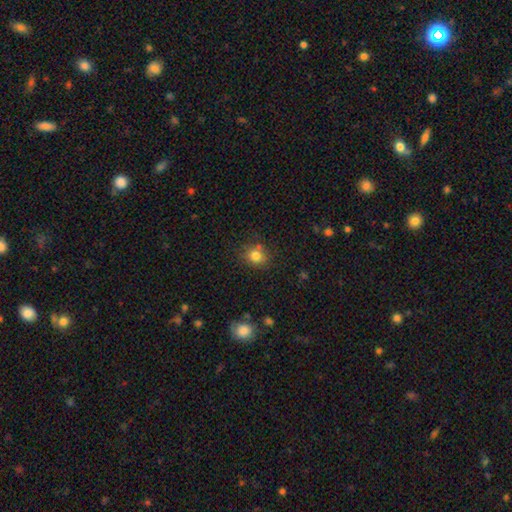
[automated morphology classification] The model was most divided on "how rounded": round: 73%, in between: 26%, cigar-shaped: 1%. More confident: smooth or featured — smooth (80%); merging — none (74%).